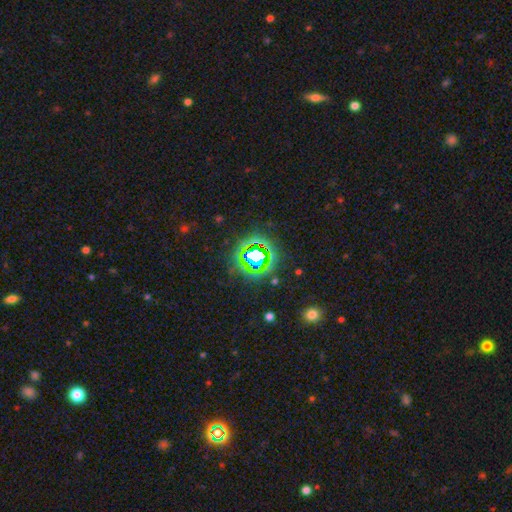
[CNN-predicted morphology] This appears to be a star or artifact, not a galaxy (71%).